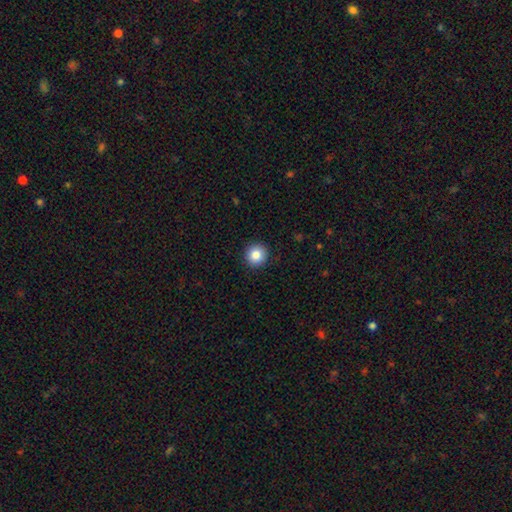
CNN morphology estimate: This is clearly a smooth galaxy (85%). How rounded: clearly round (95%). Merging: clearly none (93%).